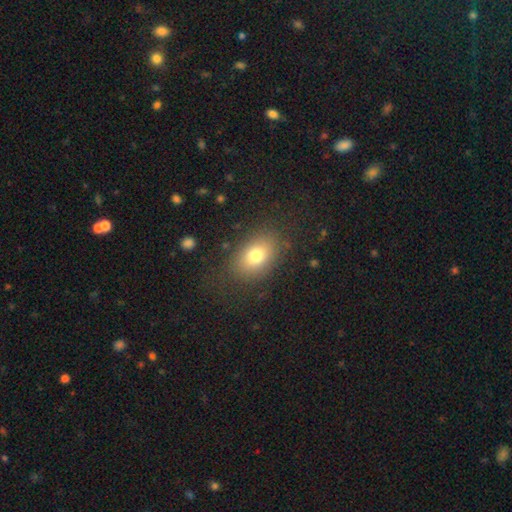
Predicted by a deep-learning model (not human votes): A smooth galaxy with no disk features (76%) that is in between round and cigar-shaped (76%).

Vote fractions:
- Smooth or featured? smooth: 76% / featured or disk: 12% / star or artifact: 11%
- How rounded? in between: 76% / round: 23% / cigar-shaped: 1%
- Merging? none: 81% / minor disturbance: 12% / major disturbance: 6% / merger: 1%